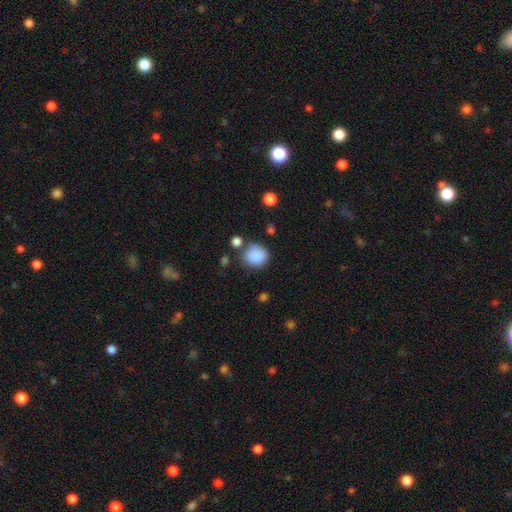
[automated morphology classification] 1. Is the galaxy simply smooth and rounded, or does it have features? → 87% smooth, 9% star or artifact, 4% featured or disk.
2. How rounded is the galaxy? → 75% round, 24% in between, 1% cigar-shaped.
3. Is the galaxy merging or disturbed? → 69% none, 17% minor disturbance, 8% merger, 6% major disturbance.